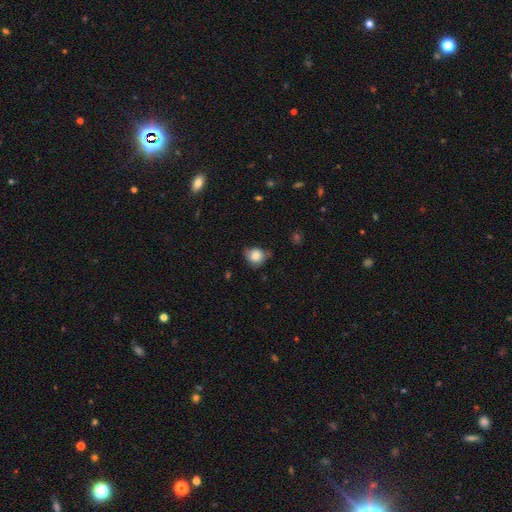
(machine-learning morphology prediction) Overall: smooth (81%). How rounded: round (74%). Merging: none (58%; minor disturbance 32%).